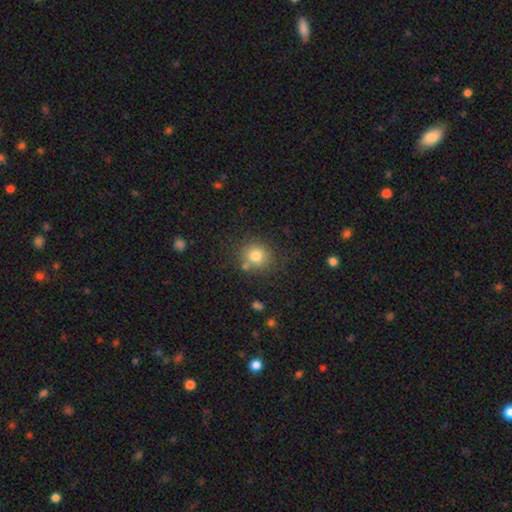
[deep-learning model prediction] Smooth or featured: smooth — 78% (star or artifact — 12%)
How rounded: round — 84% (in between — 15%)
Merging: none — 75% (minor disturbance — 11%)